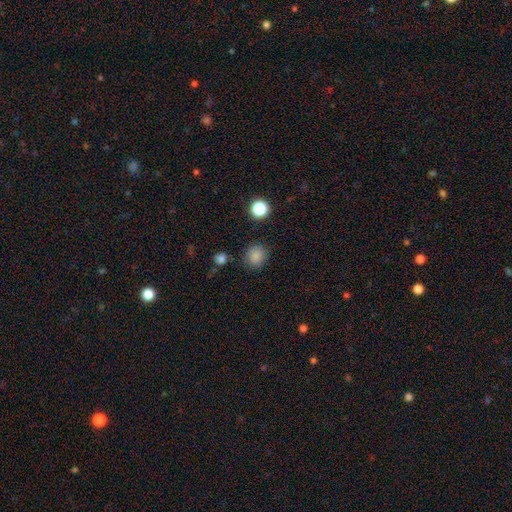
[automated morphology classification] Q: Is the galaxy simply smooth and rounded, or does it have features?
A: smooth — 83%.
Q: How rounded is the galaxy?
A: round — 87%.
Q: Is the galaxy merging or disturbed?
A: none — 85%.